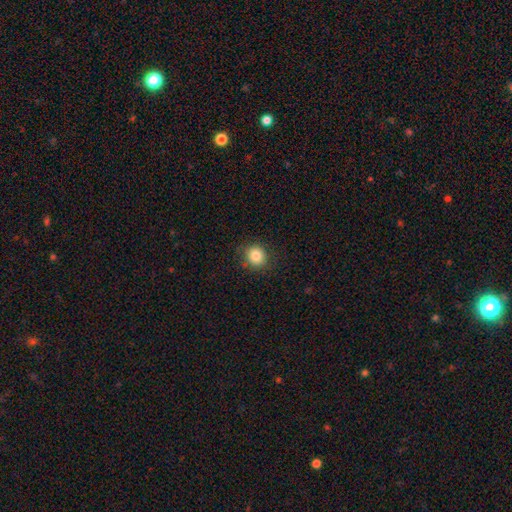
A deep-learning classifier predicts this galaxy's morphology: Overall: smooth (83%). How rounded: round (83%). Merging: none (85%).